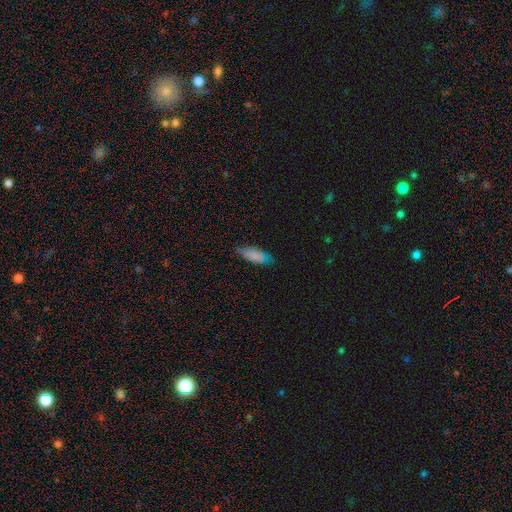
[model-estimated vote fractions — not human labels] smooth-or-featured: smooth: 78% | featured or disk: 15% | star or artifact: 8%
  how-rounded: in between: 68% | cigar-shaped: 30% | round: 2%
  merging: none: 74% | minor disturbance: 21% | major disturbance: 4% | merger: 1%